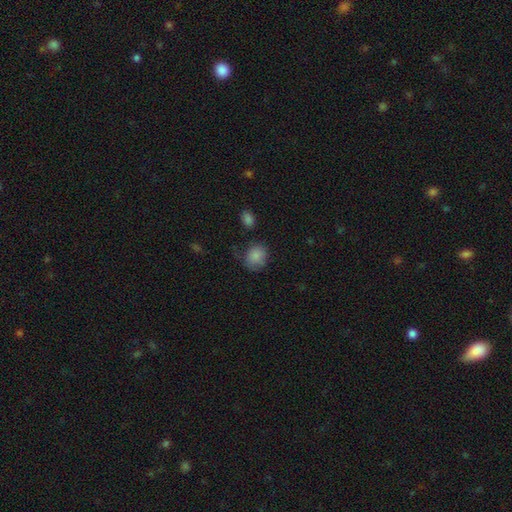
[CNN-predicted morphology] A smooth galaxy with no disk features (85%) that is round (70%). Merging: none (64%).